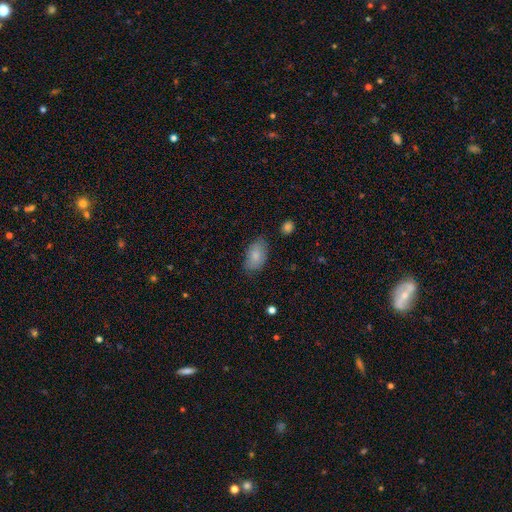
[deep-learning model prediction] Morphology: type=smooth (83%); roundness=in between (93%); merging=none (75%).